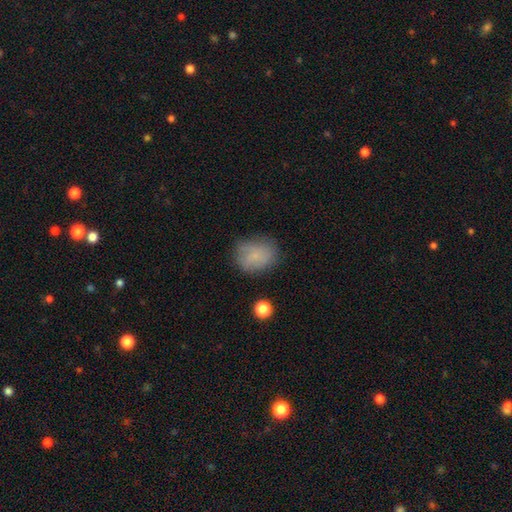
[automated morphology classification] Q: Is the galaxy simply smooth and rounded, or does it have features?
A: smooth — 76%.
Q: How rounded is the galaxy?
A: round — 55%.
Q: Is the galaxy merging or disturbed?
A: none — 69%.